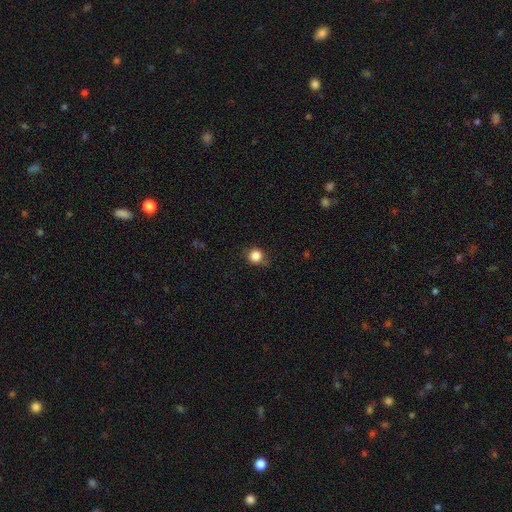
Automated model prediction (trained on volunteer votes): Smooth or featured? smooth (85%)
How rounded? round (88%)
Merging? none (81%)